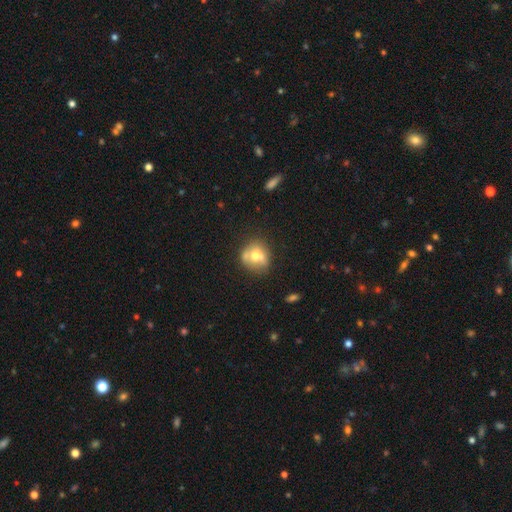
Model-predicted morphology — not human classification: Smooth or featured: smooth — 57% (featured or disk — 33%)
How rounded: round — 79% (in between — 20%)
Merging: none — 52% (merger — 23%)